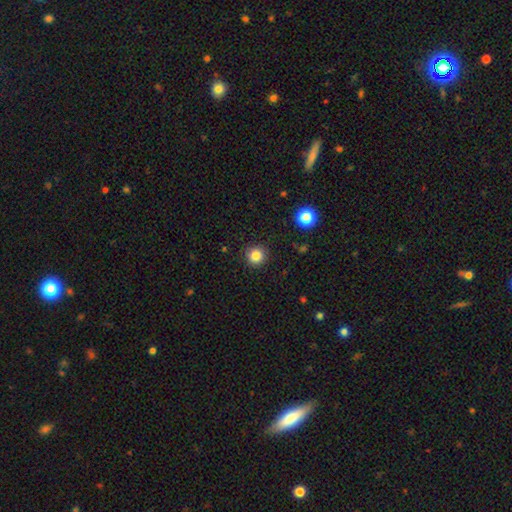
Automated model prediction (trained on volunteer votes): A smooth galaxy with no disk features (83%) that is round (94%). Merging: none (91%).